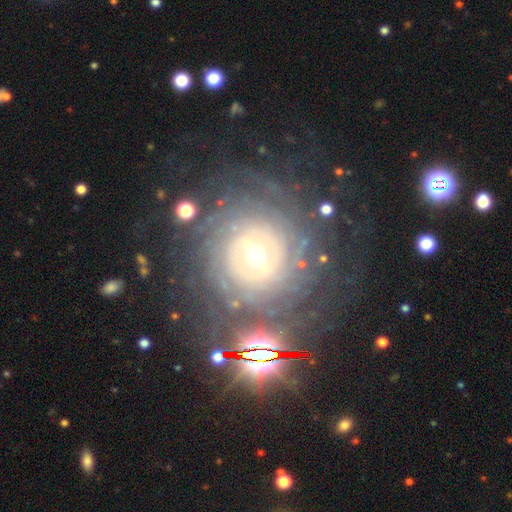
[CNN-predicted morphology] Smooth or featured: featured or disk — 76% (star or artifact — 13%)
Edge-on disk: no — 96% (yes — 4%)
Bar: weak — 42% (no — 33%)
Spiral arms: yes — 83% (no — 17%)
Spiral winding: tight — 80% (medium — 15%)
Spiral arm count: can't tell — 45% (more than 4 — 17%)
Bulge size: moderate — 66% (small — 23%)
Merging: none — 75% (minor disturbance — 12%)